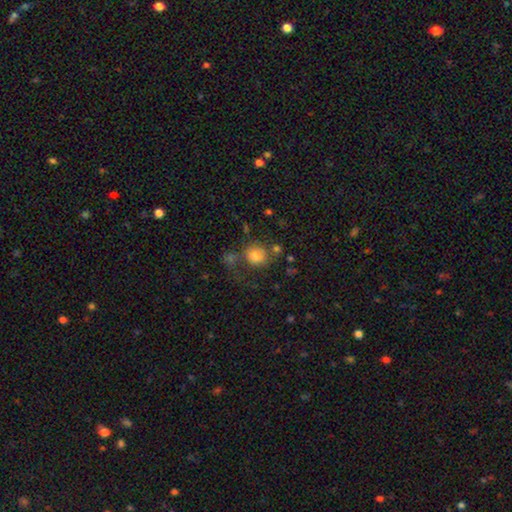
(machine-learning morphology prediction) Q: Smooth or featured?
A: smooth (78%); runner-up: star or artifact (12%)
Q: How rounded?
A: round (83%); runner-up: in between (16%)
Q: Merging?
A: none (62%); runner-up: merger (16%)